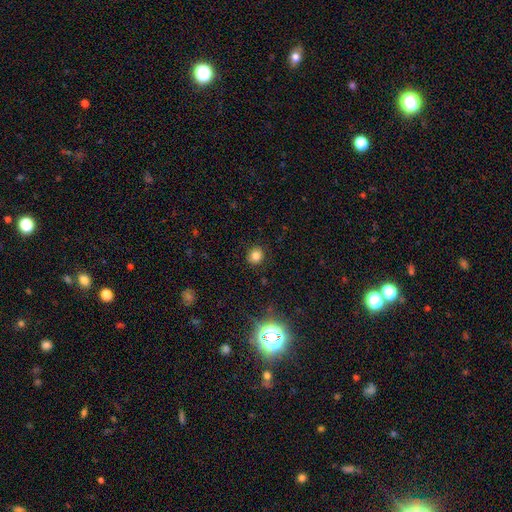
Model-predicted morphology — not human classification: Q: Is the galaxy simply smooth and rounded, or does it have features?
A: smooth — 80%.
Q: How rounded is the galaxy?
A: round — 79%.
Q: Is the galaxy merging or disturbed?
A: none — 89%.